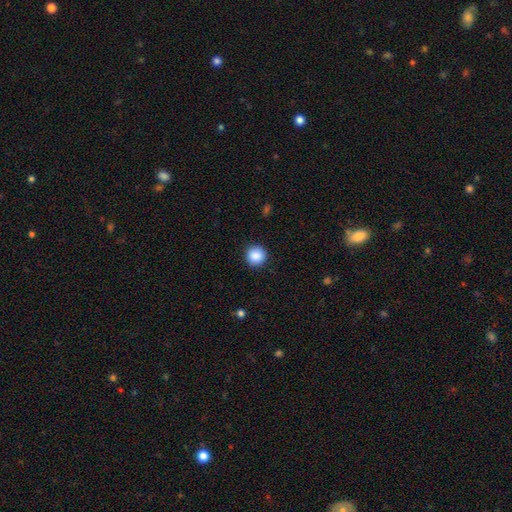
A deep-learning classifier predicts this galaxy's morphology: smooth-or-featured: smooth: 88% | star or artifact: 9% | featured or disk: 3%
  how-rounded: round: 94% | in between: 5% | cigar-shaped: 1%
  merging: none: 92% | minor disturbance: 6% | major disturbance: 2% | merger: 1%